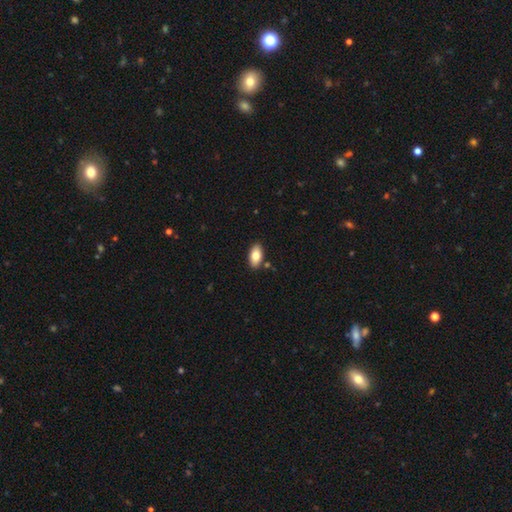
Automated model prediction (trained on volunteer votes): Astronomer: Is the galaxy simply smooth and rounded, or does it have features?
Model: smooth — 81%.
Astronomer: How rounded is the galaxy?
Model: in between — 93%.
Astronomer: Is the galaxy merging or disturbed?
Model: none — 87%.